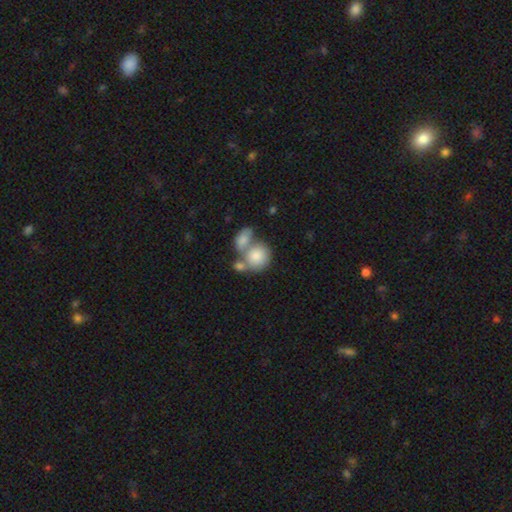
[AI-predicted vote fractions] Overall: smooth (78%). How rounded: round (73%). Merging: merger (55%; none 30%).